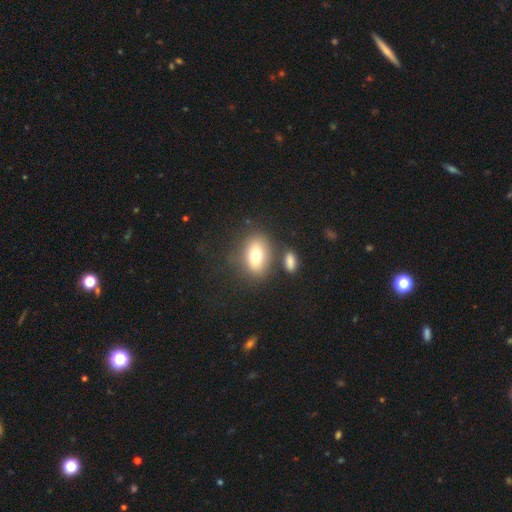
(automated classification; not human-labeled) smooth 72%, featured or disk 18%, star or artifact 10%. Down the decision tree: how rounded — in between (73%); merging — none (66%).